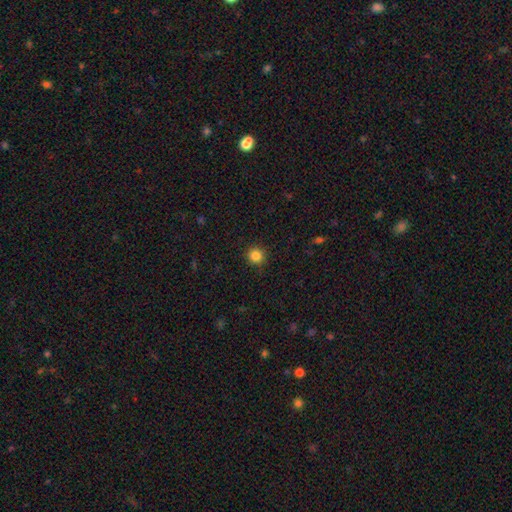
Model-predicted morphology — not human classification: smooth-or-featured: smooth: 85% | star or artifact: 12% | featured or disk: 4%
  how-rounded: round: 94% | in between: 5% | cigar-shaped: 1%
  merging: none: 92% | minor disturbance: 5% | major disturbance: 2% | merger: 1%